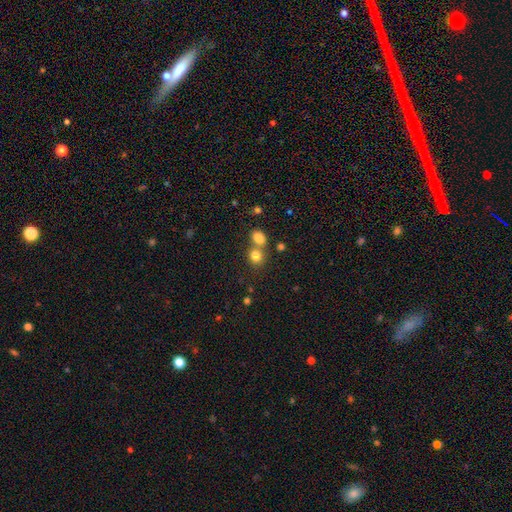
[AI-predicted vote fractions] smooth_or_featured: smooth (p=0.80) [alt: star or artifact p=0.12]
how_rounded: round (p=0.76) [alt: in between p=0.23]
merging: none (p=0.51) [alt: merger p=0.38]